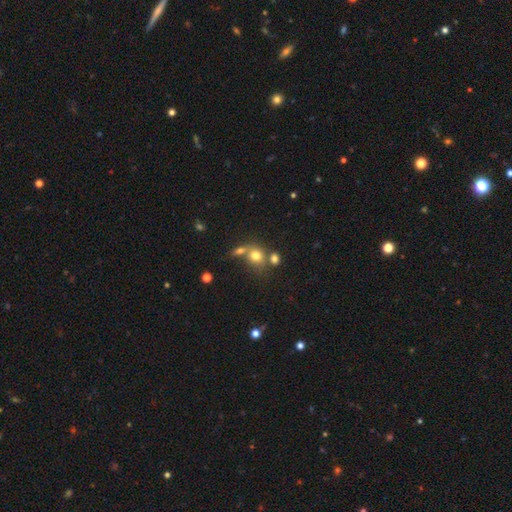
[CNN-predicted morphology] A smooth galaxy with no disk features (74%) that is round (73%).

Vote fractions:
- Smooth or featured? smooth: 74% / star or artifact: 14% / featured or disk: 12%
- How rounded? round: 73% / in between: 26% / cigar-shaped: 1%
- Merging? none: 45% / merger: 38% / minor disturbance: 11% / major disturbance: 6%